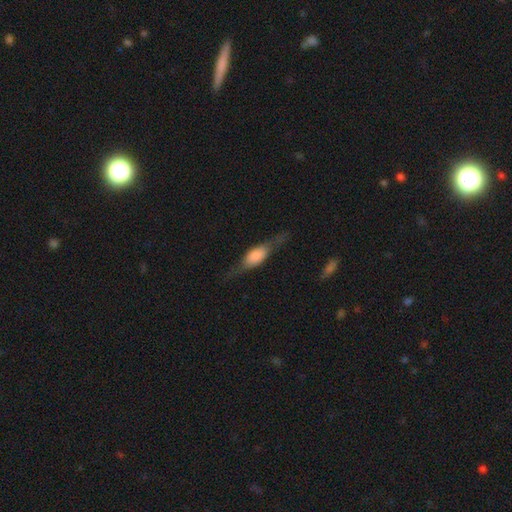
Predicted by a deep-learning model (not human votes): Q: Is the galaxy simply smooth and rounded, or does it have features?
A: featured or disk — 48%.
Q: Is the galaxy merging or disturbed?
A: none — 67%.